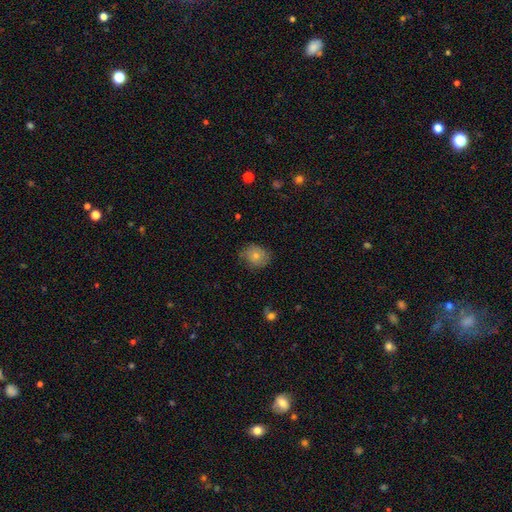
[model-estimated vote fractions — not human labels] Q: Smooth or featured?
A: smooth (69%); runner-up: featured or disk (22%)
Q: How rounded?
A: round (61%); runner-up: in between (38%)
Q: Merging?
A: none (65%); runner-up: minor disturbance (26%)